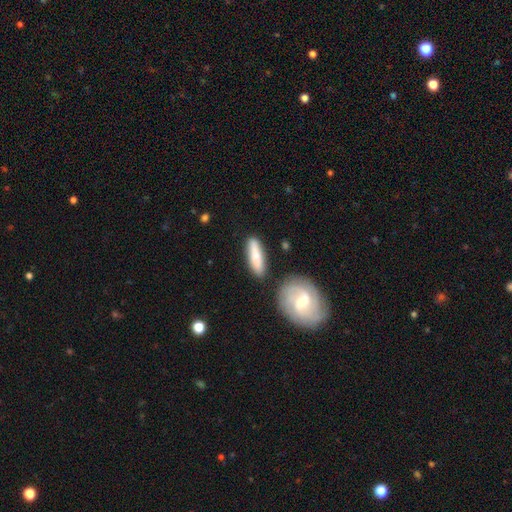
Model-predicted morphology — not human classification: smooth 71%, featured or disk 24%, star or artifact 5%. Down the decision tree: how rounded — cigar-shaped (70%); merging — none (81%).